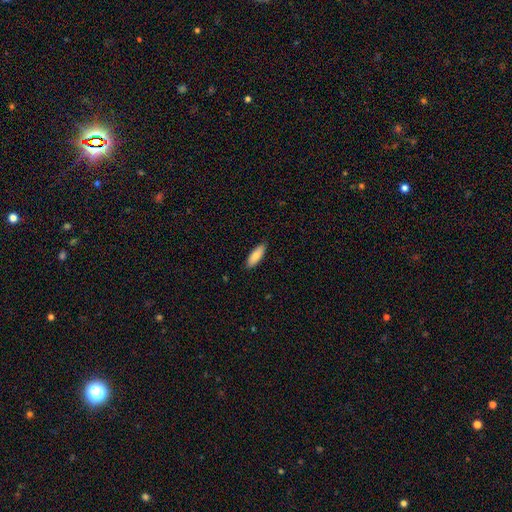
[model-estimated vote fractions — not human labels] smooth-or-featured: smooth: 83% | featured or disk: 11% | star or artifact: 6%
  how-rounded: in between: 60% | cigar-shaped: 38% | round: 2%
  merging: none: 89% | minor disturbance: 9% | major disturbance: 2% | merger: 1%